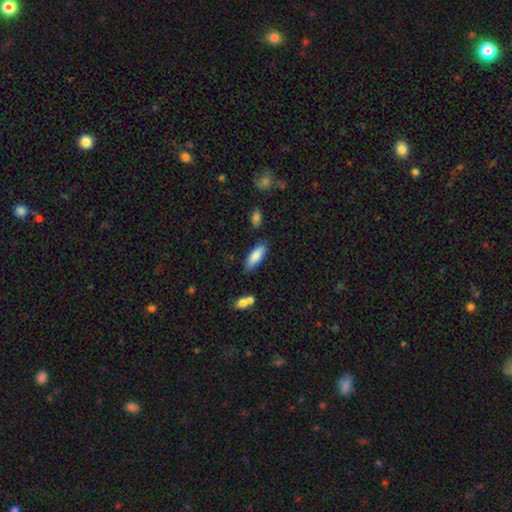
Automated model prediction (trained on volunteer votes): Smooth or featured? Predicted: smooth (p=0.84). How rounded? Predicted: in between (p=0.62). Merging? Predicted: none (p=0.76).